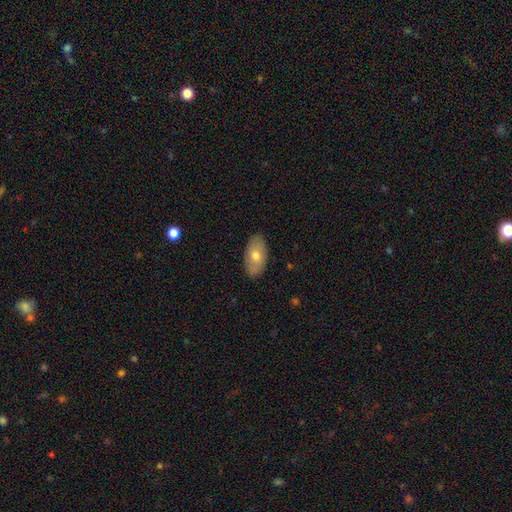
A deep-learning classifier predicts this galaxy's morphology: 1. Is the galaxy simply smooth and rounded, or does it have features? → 66% smooth, 28% featured or disk, 6% star or artifact.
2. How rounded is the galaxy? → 94% in between, 4% round, 2% cigar-shaped.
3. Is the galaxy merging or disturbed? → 87% none, 10% minor disturbance, 2% major disturbance, 1% merger.